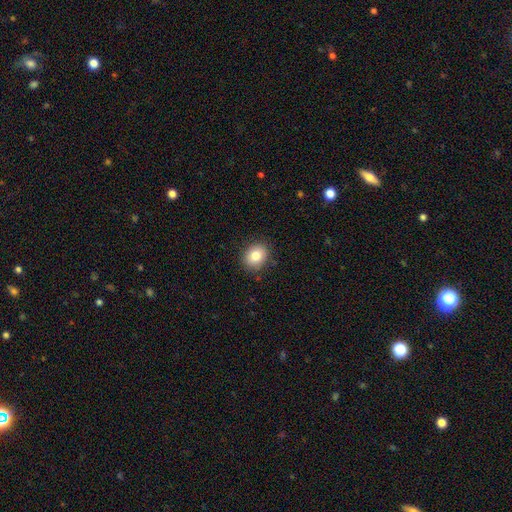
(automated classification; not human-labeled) A smooth galaxy with no disk features (82%) that is round (55%).

Vote fractions:
- Smooth or featured? smooth: 82% / star or artifact: 9% / featured or disk: 8%
- How rounded? round: 55% / in between: 44% / cigar-shaped: 1%
- Merging? none: 88% / minor disturbance: 9% / major disturbance: 2% / merger: 1%